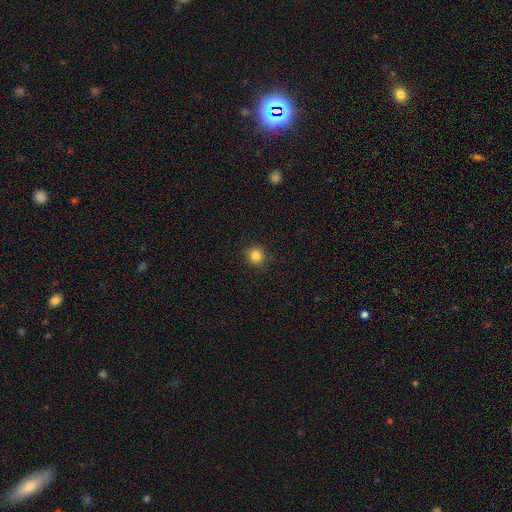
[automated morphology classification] Overall: smooth (84%). How rounded: round (92%). Merging: none (90%).